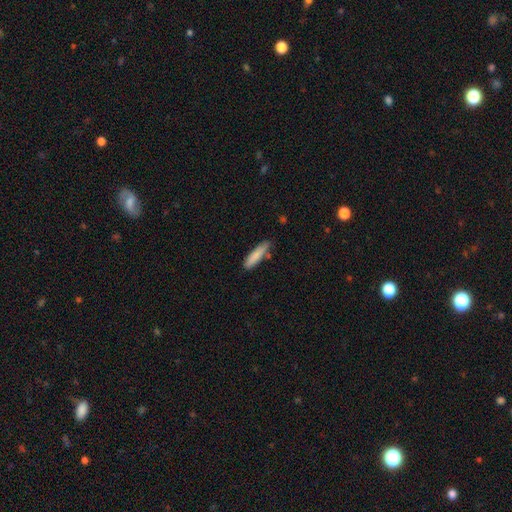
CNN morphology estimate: type=smooth (84%); roundness=cigar-shaped (75%); merging=none (76%).